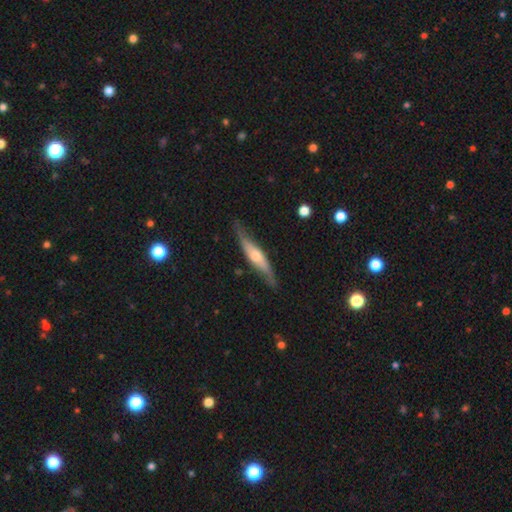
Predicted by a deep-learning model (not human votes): Morphology: type=featured or disk (64%); edge-on=yes (79%); edge-on bulge=rounded (83%); merging=none (75%).